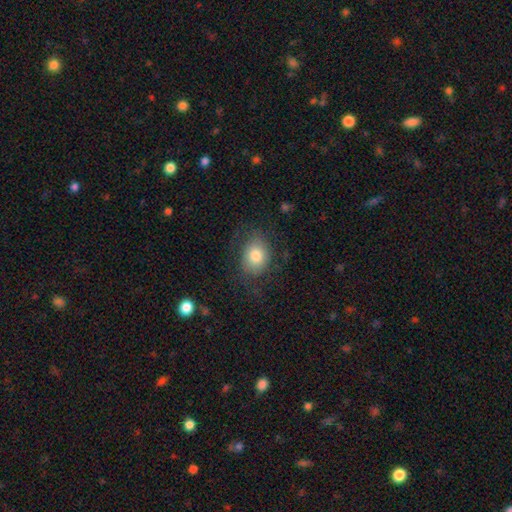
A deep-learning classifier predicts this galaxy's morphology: smooth_or_featured: smooth (p=0.74) [alt: featured or disk p=0.18]
how_rounded: in between (p=0.55) [alt: round p=0.44]
merging: none (p=0.66) [alt: minor disturbance p=0.19]